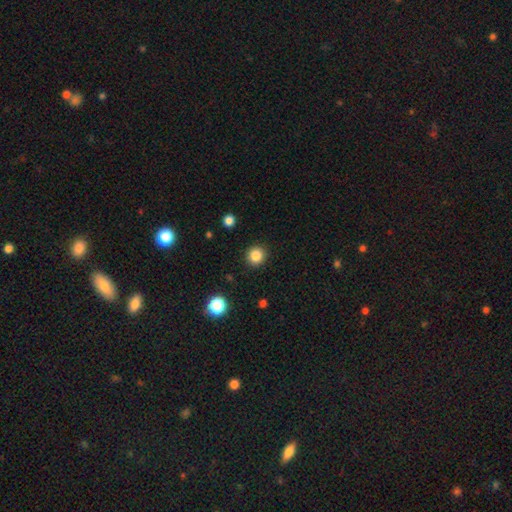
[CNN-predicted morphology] The model was most divided on "smooth or featured": smooth: 85%, star or artifact: 11%, featured or disk: 4%. More confident: merging — none (92%); how rounded — round (91%).